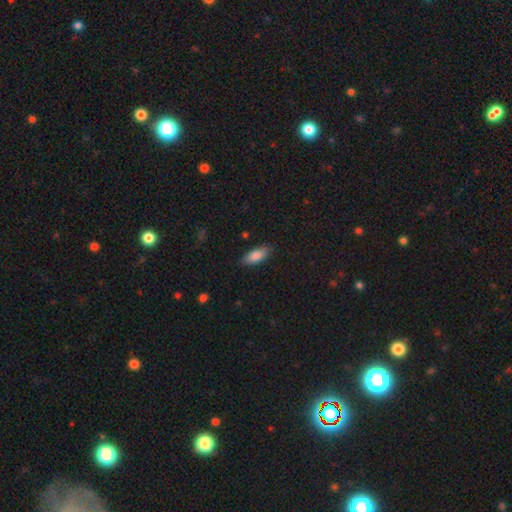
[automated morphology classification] A smooth galaxy with no disk features (84%) that is in between round and cigar-shaped (77%). Merging: none (83%).